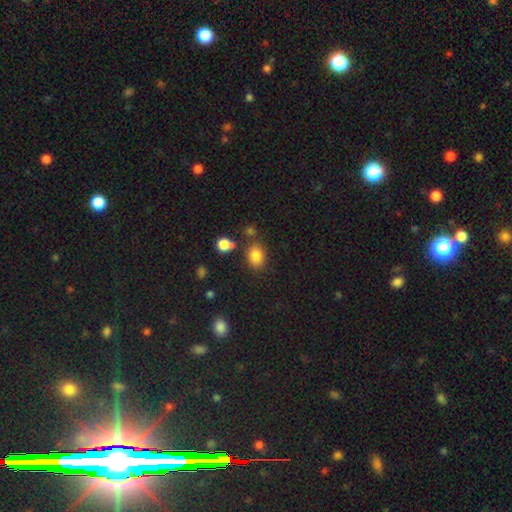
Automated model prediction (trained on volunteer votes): A smooth galaxy with no disk features (82%) that is in between round and cigar-shaped (56%).

Vote fractions:
- Smooth or featured? smooth: 82% / star or artifact: 12% / featured or disk: 6%
- How rounded? in between: 56% / round: 43% / cigar-shaped: 1%
- Merging? none: 77% / minor disturbance: 12% / merger: 7% / major disturbance: 4%